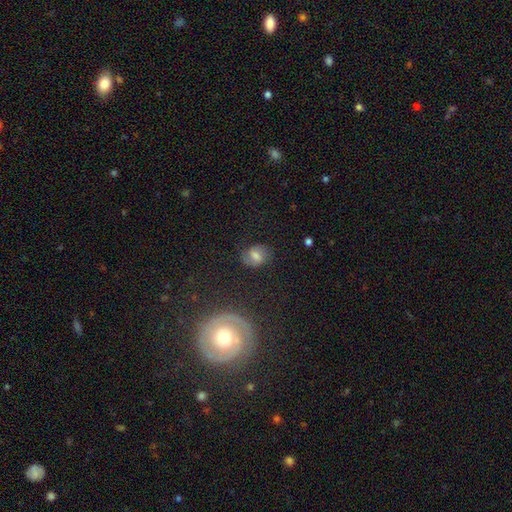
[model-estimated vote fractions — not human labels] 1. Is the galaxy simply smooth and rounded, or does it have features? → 57% smooth, 29% featured or disk, 14% star or artifact.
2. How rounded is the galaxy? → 51% in between, 48% round, 2% cigar-shaped.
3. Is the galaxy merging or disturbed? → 73% none, 18% minor disturbance, 7% major disturbance, 2% merger.